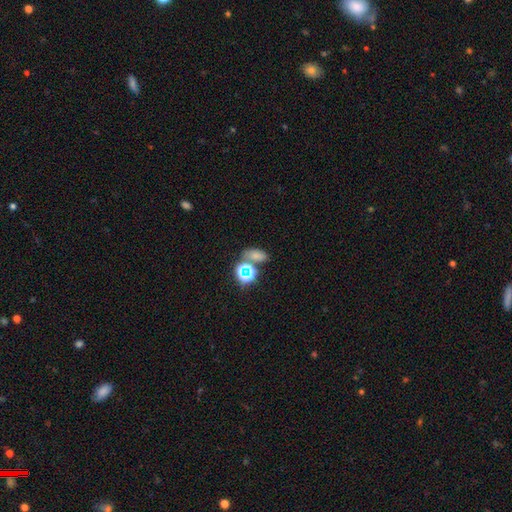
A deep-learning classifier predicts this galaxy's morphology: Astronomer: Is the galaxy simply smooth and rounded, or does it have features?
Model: smooth — 62%.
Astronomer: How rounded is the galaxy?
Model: in between — 77%.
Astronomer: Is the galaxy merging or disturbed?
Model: none — 60%.